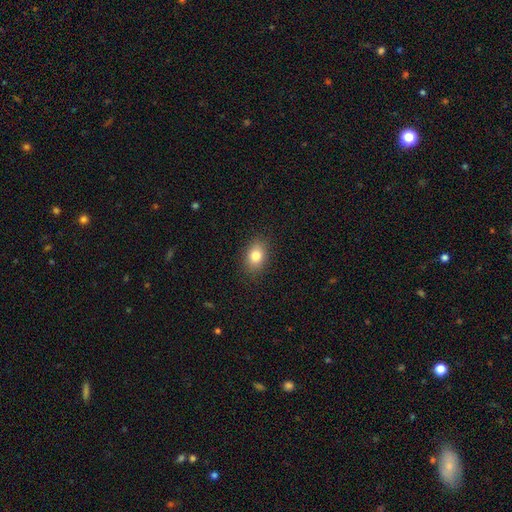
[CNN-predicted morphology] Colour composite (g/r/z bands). It shows a smooth galaxy with no disk features (81%) that is in between round and cigar-shaped (74%). Merging: none (88%).